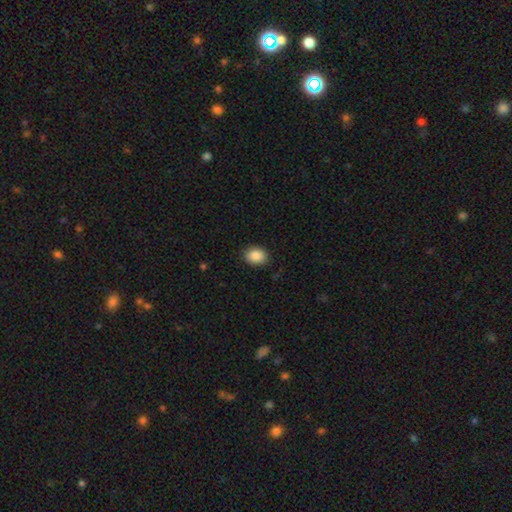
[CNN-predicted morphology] smooth-or-featured: smooth: 88% | star or artifact: 8% | featured or disk: 4%
  how-rounded: in between: 61% | round: 38% | cigar-shaped: 1%
  merging: none: 87% | minor disturbance: 9% | major disturbance: 2% | merger: 1%